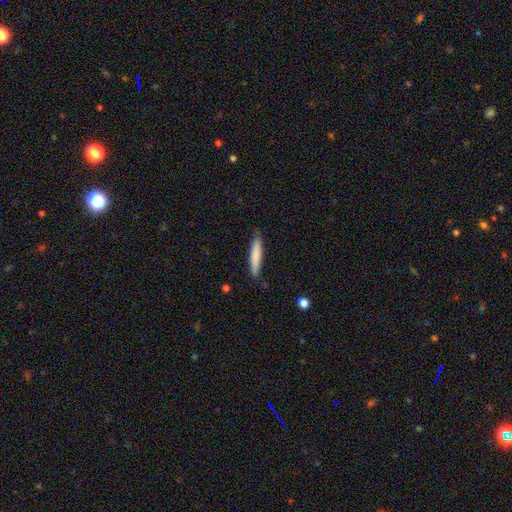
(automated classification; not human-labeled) smooth-or-featured: smooth: 80% | featured or disk: 14% | star or artifact: 5%
  how-rounded: cigar-shaped: 90% | in between: 9% | round: 1%
  merging: none: 85% | minor disturbance: 12% | major disturbance: 2% | merger: 1%